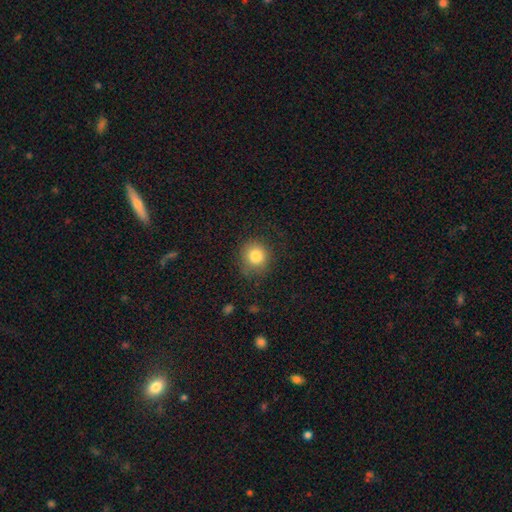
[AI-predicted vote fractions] smooth_or_featured: smooth (p=0.81) [alt: star or artifact p=0.11]
how_rounded: round (p=0.89) [alt: in between p=0.10]
merging: none (p=0.77) [alt: minor disturbance p=0.15]